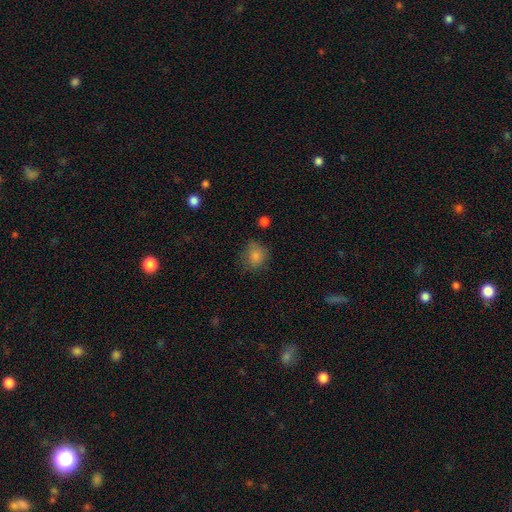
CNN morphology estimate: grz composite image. It shows a smooth galaxy with no disk features (83%) that is round (68%). Merging: none (69%).